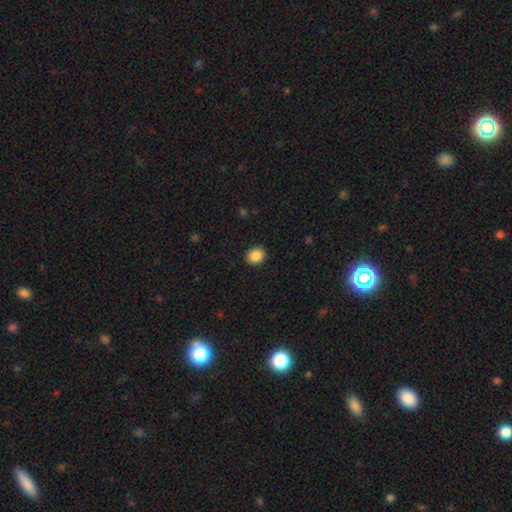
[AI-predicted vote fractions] A smooth galaxy with no disk features (88%) that is round (63%).

Vote fractions:
- Smooth or featured? smooth: 88% / star or artifact: 8% / featured or disk: 4%
- How rounded? round: 63% / in between: 36% / cigar-shaped: 1%
- Merging? none: 91% / minor disturbance: 6% / major disturbance: 2% / merger: 1%